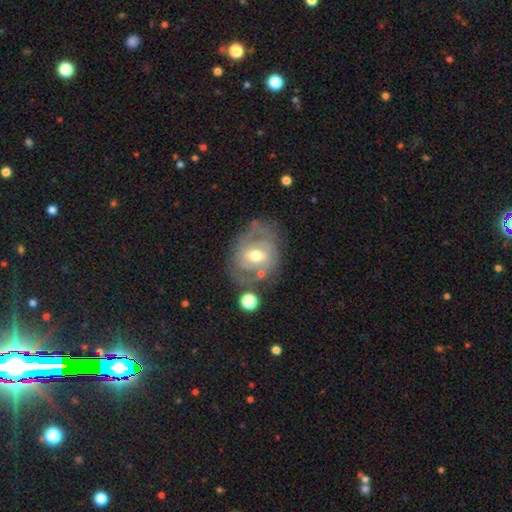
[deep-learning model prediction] Smooth or featured: featured or disk — 74% (smooth — 17%)
Edge-on disk: no — 96% (yes — 4%)
Bar: weak — 47% (no — 34%)
Spiral arms: yes — 78% (no — 22%)
Spiral winding: tight — 51% (medium — 36%)
Spiral arm count: 2 — 50% (can't tell — 32%)
Bulge size: moderate — 69% (small — 24%)
Merging: none — 63% (minor disturbance — 21%)